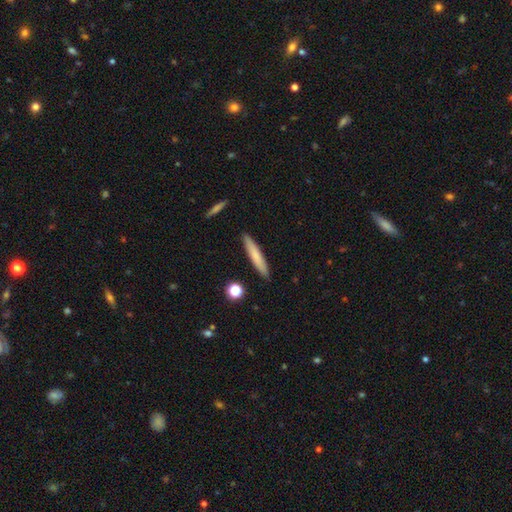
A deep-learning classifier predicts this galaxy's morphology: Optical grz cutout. It shows a smooth galaxy with no disk features (73%) that is cigar-shaped (93%). Merging: none (91%).